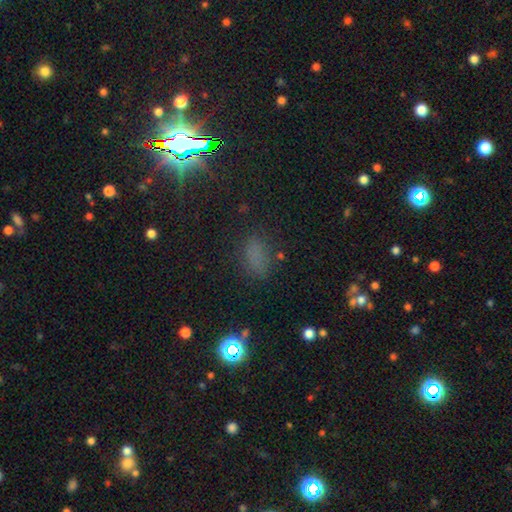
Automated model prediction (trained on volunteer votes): Smooth or featured? smooth (60%)
How rounded? in between (81%)
Merging? none (77%)